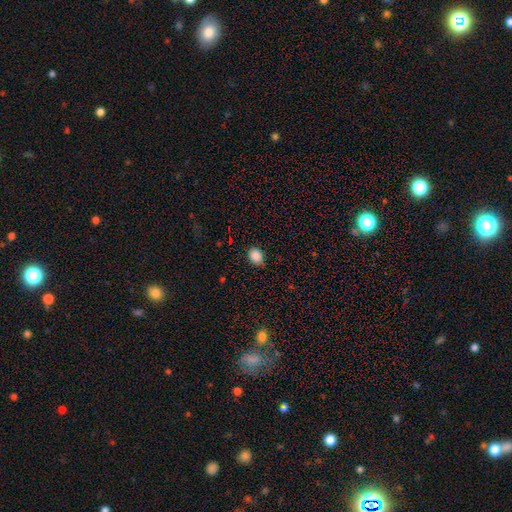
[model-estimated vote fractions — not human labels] A smooth galaxy with no disk features (86%) that is in between round and cigar-shaped (54%). Merging: none (82%).